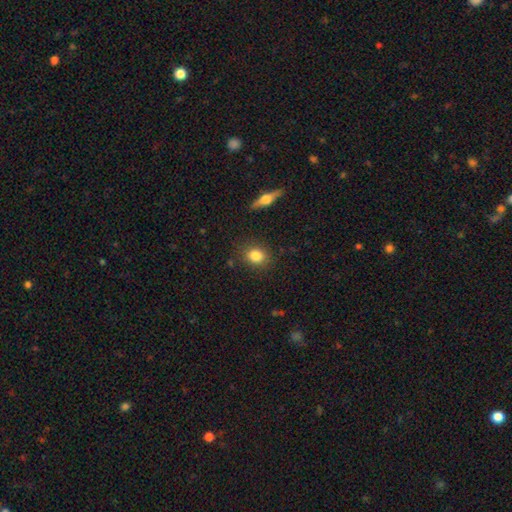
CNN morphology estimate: This is clearly a smooth galaxy (82%). How rounded: likely round (63%). Merging: clearly none (87%).